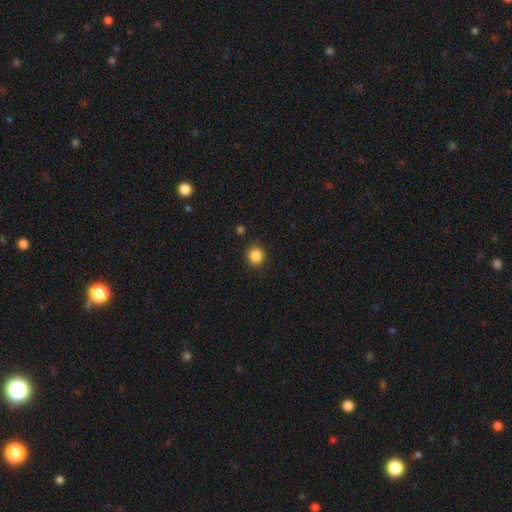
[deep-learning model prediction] This is clearly a smooth galaxy (86%). How rounded: clearly round (89%). Merging: clearly none (90%).